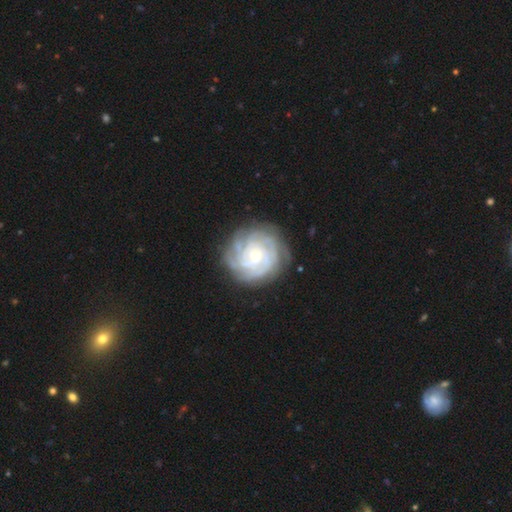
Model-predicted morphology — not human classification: A featured or disk galaxy (86%) with no bar (75%), tight (80%) spiral arms (96%) and a small central bulge (64%). Merging: none (79%).